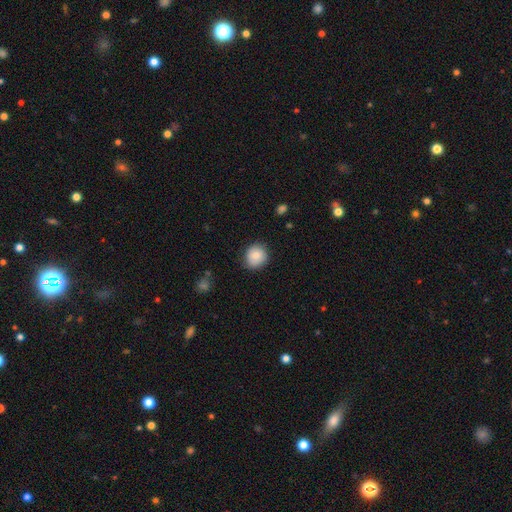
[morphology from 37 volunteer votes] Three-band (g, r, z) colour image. It shows a smooth galaxy with no disk features (84%) that is round (94%). Merging: none (89%).